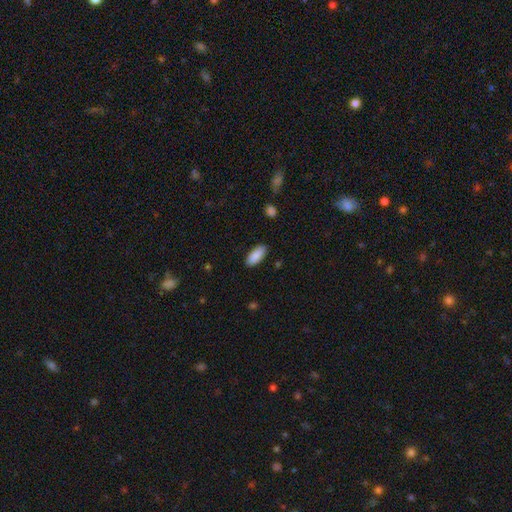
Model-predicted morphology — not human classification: smooth_or_featured: smooth (p=0.90) [alt: star or artifact p=0.06]
how_rounded: in between (p=0.85) [alt: cigar-shaped p=0.13]
merging: none (p=0.88) [alt: minor disturbance p=0.09]